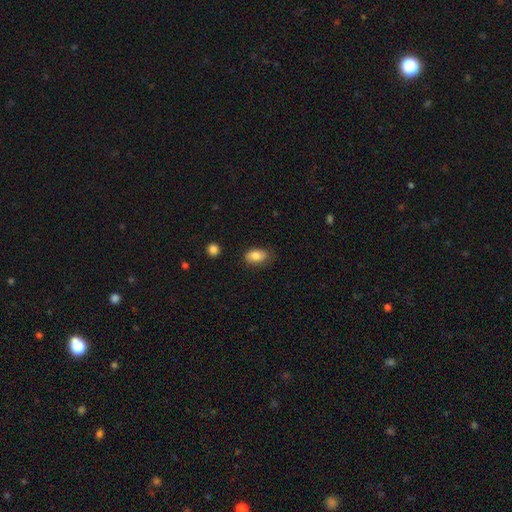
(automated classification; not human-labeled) smooth 83%, featured or disk 9%, star or artifact 8%. Down the decision tree: how rounded — in between (89%); merging — none (78%).